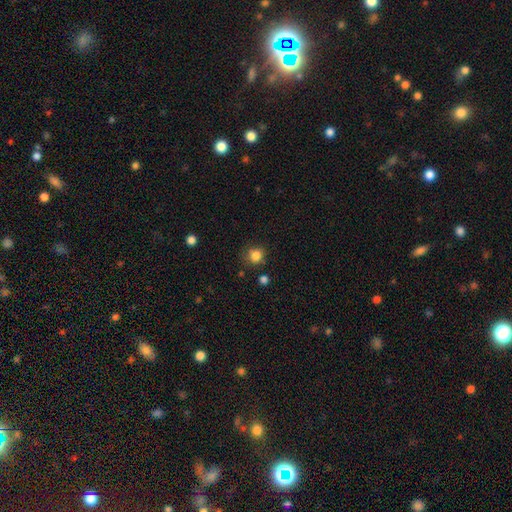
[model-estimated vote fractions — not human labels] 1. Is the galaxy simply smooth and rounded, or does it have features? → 83% smooth, 12% star or artifact, 5% featured or disk.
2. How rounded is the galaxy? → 81% round, 18% in between, 1% cigar-shaped.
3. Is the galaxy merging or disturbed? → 74% none, 17% minor disturbance, 5% major disturbance, 4% merger.